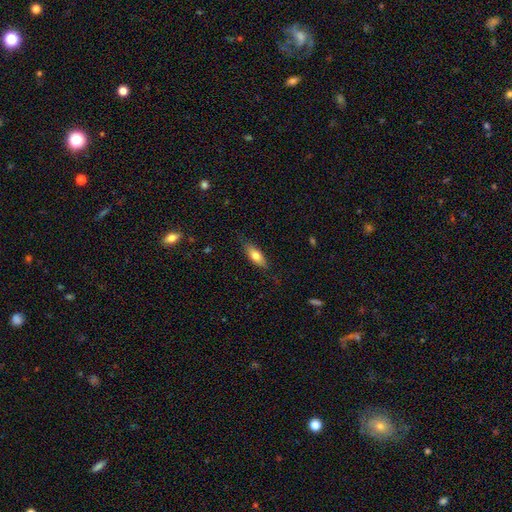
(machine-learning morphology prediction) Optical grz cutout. It shows a smooth galaxy with no disk features (73%) that is in between round and cigar-shaped (68%). Merging: none (81%).